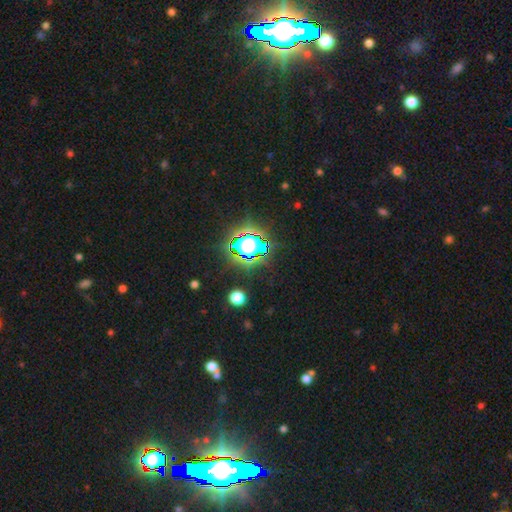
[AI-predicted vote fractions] Q: Smooth or featured?
A: star or artifact (70%); runner-up: smooth (19%)